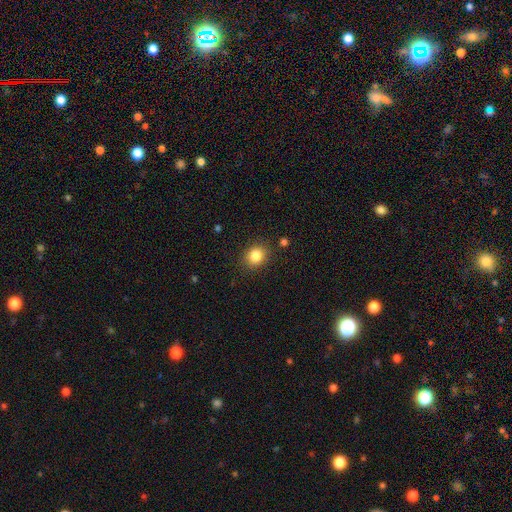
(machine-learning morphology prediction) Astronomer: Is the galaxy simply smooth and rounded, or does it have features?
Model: smooth — 84%.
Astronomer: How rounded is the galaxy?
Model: round — 70%.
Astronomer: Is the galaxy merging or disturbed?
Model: none — 86%.